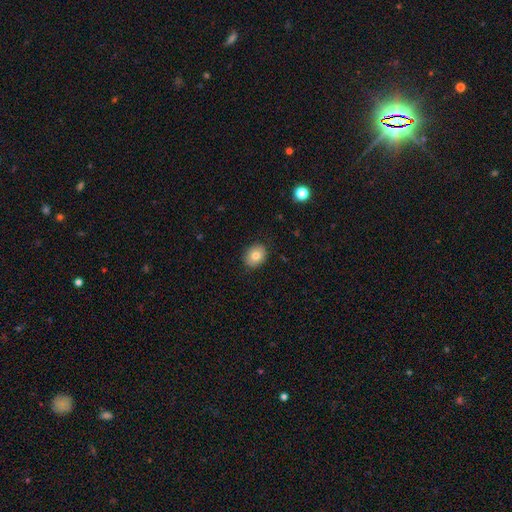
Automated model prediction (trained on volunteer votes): This appears to be a smooth galaxy with no disk features (79%) that is round (56%). Merging: none (88%).